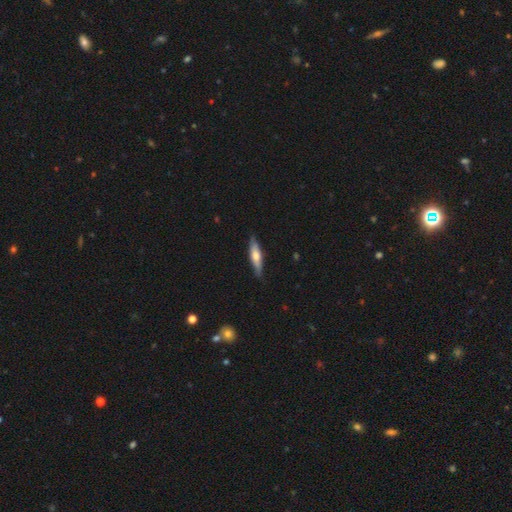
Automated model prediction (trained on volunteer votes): Smooth or featured? smooth (51%)
How rounded? cigar-shaped (77%)
Merging? none (83%)